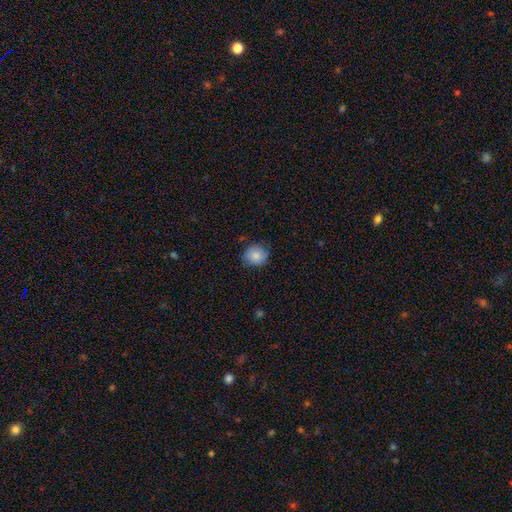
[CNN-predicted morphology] The model was most divided on "merging": none: 79%, minor disturbance: 17%, major disturbance: 3%, merger: 1%. More confident: smooth or featured — smooth (84%); how rounded — round (83%).